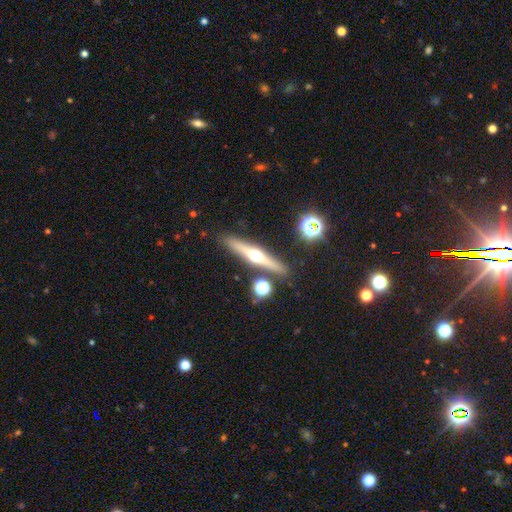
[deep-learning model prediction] A featured or disk galaxy (69%) viewed edge-on (97%) with a rounded central bulge (95%).

Vote fractions:
- Smooth or featured? featured or disk: 69% / smooth: 23% / star or artifact: 8%
- Edge-on disk? yes: 97% / no: 3%
- Edge-on bulge? rounded: 95% / none: 3% / boxy: 2%
- Merging? none: 87% / minor disturbance: 7% / merger: 4% / major disturbance: 2%